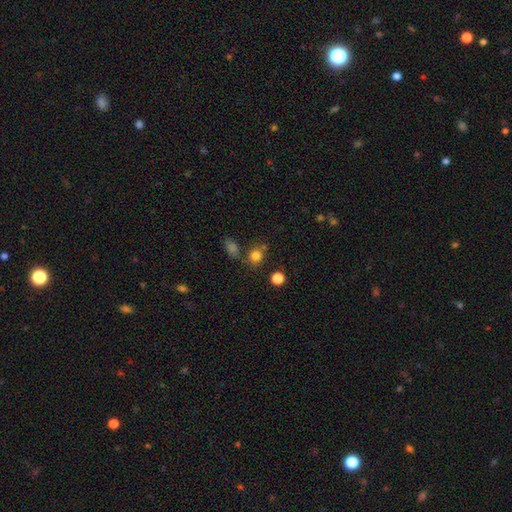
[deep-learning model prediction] Smooth or featured? smooth (79%)
How rounded? round (81%)
Merging? none (68%)